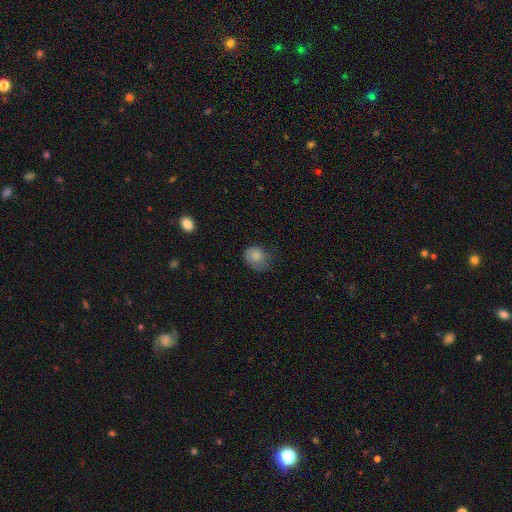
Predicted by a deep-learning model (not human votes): smooth_or_featured: smooth (p=0.81) [alt: featured or disk p=0.11]
how_rounded: round (p=0.58) [alt: in between p=0.41]
merging: none (p=0.44) [alt: minor disturbance p=0.35]